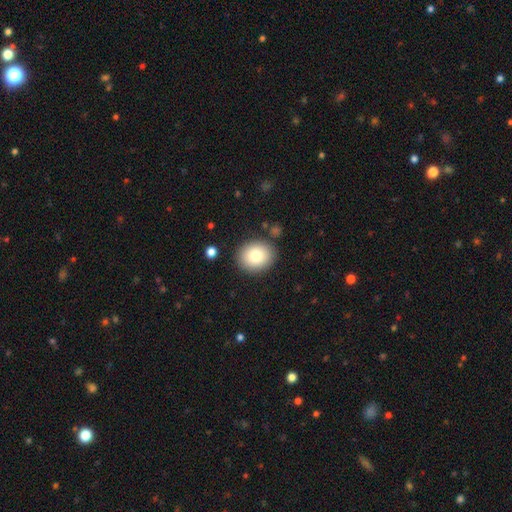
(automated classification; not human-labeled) A smooth galaxy with no disk features (80%) that is round (68%).

Vote fractions:
- Smooth or featured? smooth: 80% / featured or disk: 11% / star or artifact: 9%
- How rounded? round: 68% / in between: 31% / cigar-shaped: 1%
- Merging? none: 86% / minor disturbance: 9% / merger: 3% / major disturbance: 3%